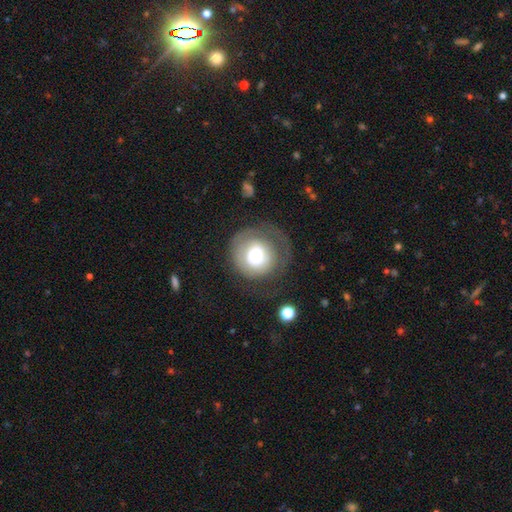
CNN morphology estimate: This is possibly a smooth galaxy (50%). How rounded: clearly round (91%). Merging: possibly none (52%).